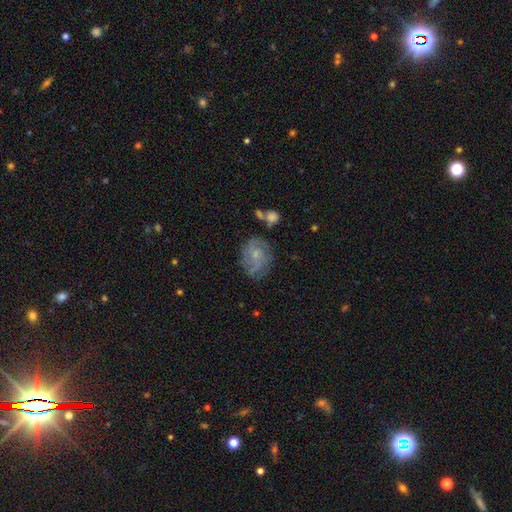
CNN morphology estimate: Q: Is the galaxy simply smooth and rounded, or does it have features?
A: featured or disk — 65%.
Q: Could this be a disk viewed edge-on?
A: no — 97%.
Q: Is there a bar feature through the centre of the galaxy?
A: no — 74%.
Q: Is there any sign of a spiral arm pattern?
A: yes — 86%.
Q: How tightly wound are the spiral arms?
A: tight — 43%.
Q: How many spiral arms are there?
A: can't tell — 34%.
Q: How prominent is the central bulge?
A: small — 69%.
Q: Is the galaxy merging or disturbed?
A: none — 64%.